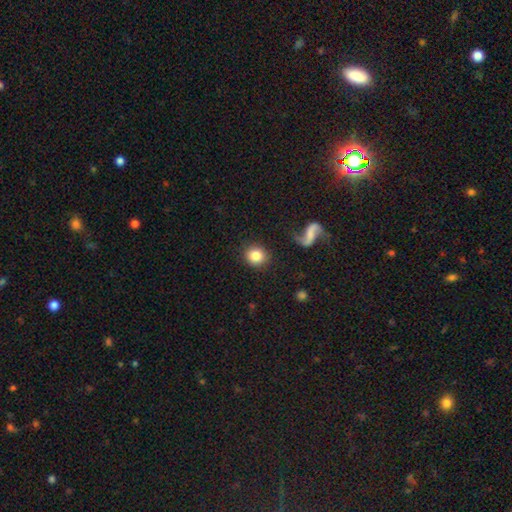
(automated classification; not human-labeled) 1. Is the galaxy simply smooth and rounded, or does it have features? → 81% smooth, 10% featured or disk, 9% star or artifact.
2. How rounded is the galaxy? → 83% round, 16% in between, 1% cigar-shaped.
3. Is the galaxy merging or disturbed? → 86% none, 8% minor disturbance, 4% major disturbance, 2% merger.